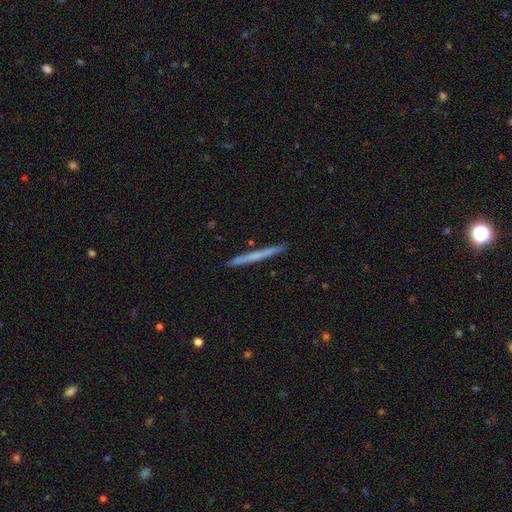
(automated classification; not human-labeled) Smooth or featured: smooth — 52% (featured or disk — 42%)
How rounded: cigar-shaped — 97% (in between — 1%)
Merging: none — 92% (minor disturbance — 5%)